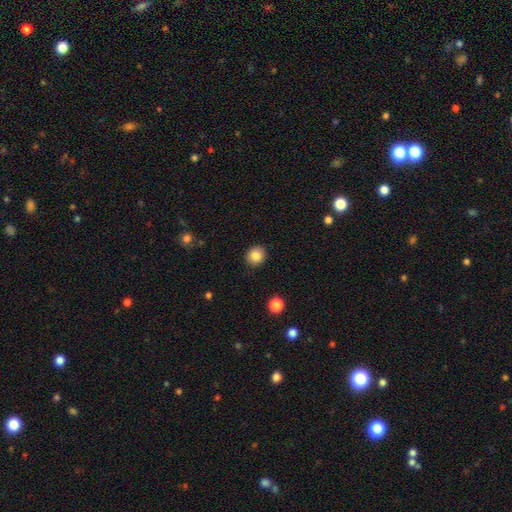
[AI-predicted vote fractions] Smooth or featured? Predicted: smooth (p=0.85). How rounded? Predicted: round (p=0.79). Merging? Predicted: none (p=0.90).